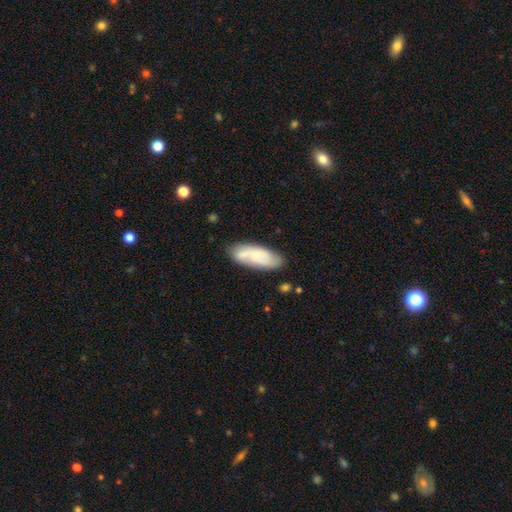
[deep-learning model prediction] This appears to be a smooth galaxy with no disk features (54%) that is in between round and cigar-shaped (74%). Merging: none (72%).